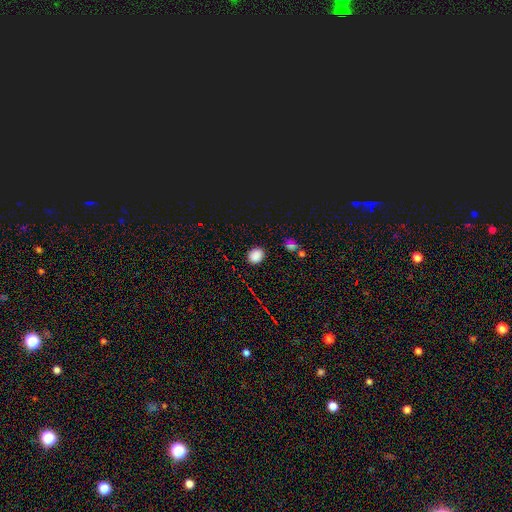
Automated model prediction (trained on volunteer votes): Smooth or featured? smooth (82%)
How rounded? round (59%)
Merging? none (88%)